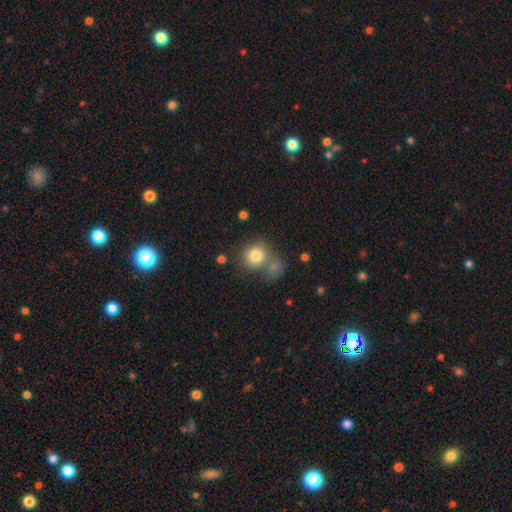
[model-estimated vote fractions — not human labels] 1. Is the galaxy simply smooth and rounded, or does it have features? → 81% smooth, 10% star or artifact, 9% featured or disk.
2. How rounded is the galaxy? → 82% round, 17% in between, 1% cigar-shaped.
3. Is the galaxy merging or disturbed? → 49% none, 33% merger, 12% minor disturbance, 6% major disturbance.